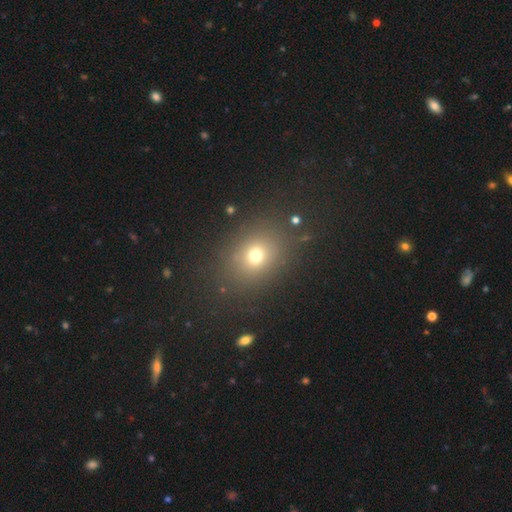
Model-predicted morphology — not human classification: The model was most divided on "how rounded": round: 60%, in between: 39%, cigar-shaped: 1%. More confident: merging — none (82%); smooth or featured — smooth (71%).